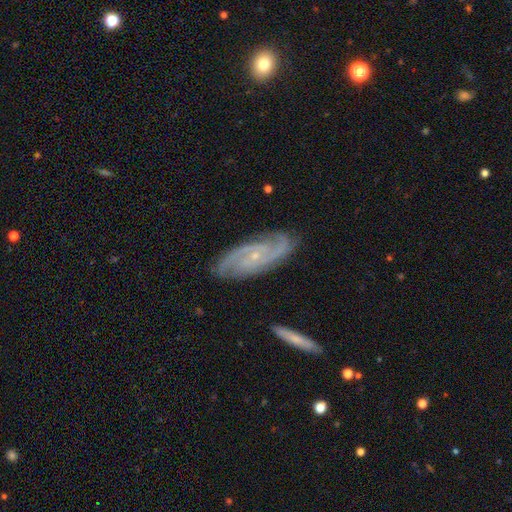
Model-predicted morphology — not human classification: Smooth or featured?
  - featured or disk: 86% *
  - smooth: 8%
  - star or artifact: 6%
Edge-on disk?
  - no: 94% *
  - yes: 6%
Bar?
  - no: 65% *
  - weak: 28%
  - strong: 7%
Spiral arms?
  - yes: 97% *
  - no: 3%
Spiral winding?
  - tight: 51% *
  - medium: 39%
  - loose: 10%
Spiral arm count?
  - 2: 44% *
  - 3: 23%
  - can't tell: 16%
  - 4: 9%
  - more than 4: 5%
  - 1: 5%
Bulge size?
  - small: 83% *
  - moderate: 12%
  - none: 3%
  - large: 1%
  - dominant: 1%
Merging?
  - none: 81% *
  - minor disturbance: 14%
  - major disturbance: 3%
  - merger: 2%